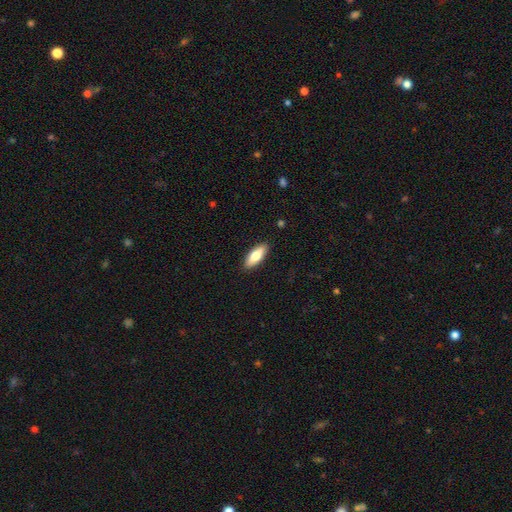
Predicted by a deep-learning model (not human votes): This appears to be a smooth galaxy with no disk features (75%) that is in between round and cigar-shaped (69%). Merging: none (89%).